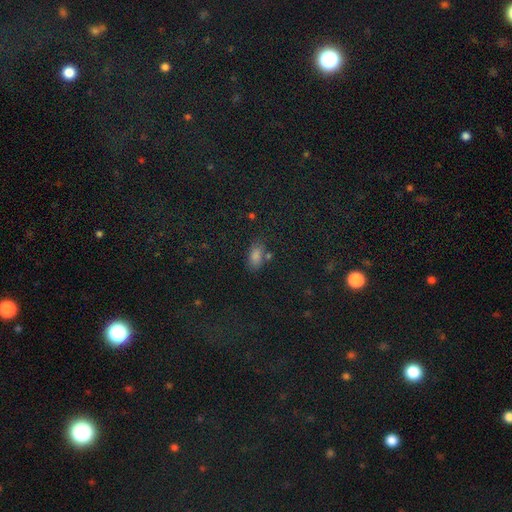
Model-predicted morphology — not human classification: type=smooth (65%); roundness=in between (82%); merging=none (70%).